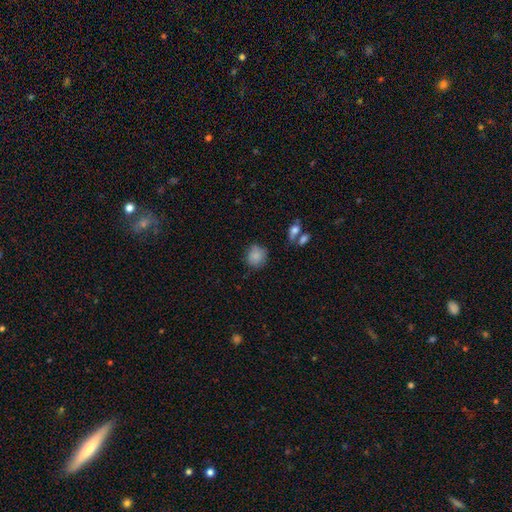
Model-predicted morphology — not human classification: smooth-or-featured: smooth: 84% | star or artifact: 9% | featured or disk: 7%
  how-rounded: round: 83% | in between: 16% | cigar-shaped: 1%
  merging: none: 75% | minor disturbance: 17% | major disturbance: 4% | merger: 4%